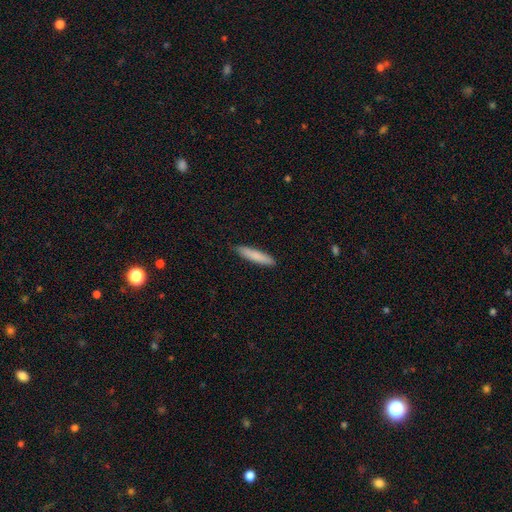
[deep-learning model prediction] This appears to be a smooth galaxy with no disk features (82%) that is cigar-shaped (90%). Merging: none (89%).